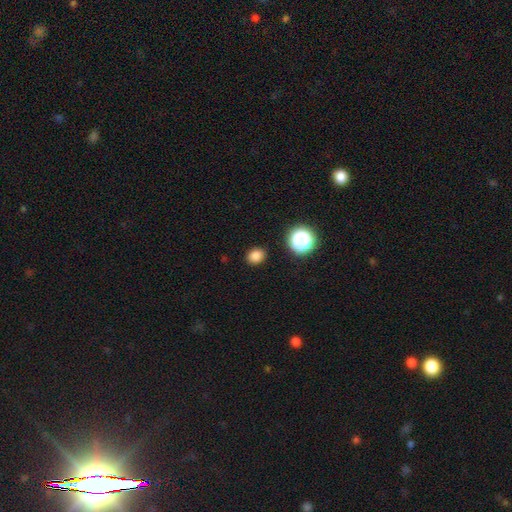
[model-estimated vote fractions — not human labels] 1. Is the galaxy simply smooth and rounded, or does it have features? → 82% smooth, 14% star or artifact, 4% featured or disk.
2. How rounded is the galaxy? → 54% round, 45% in between, 1% cigar-shaped.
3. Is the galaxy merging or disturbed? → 89% none, 7% minor disturbance, 2% major disturbance, 1% merger.